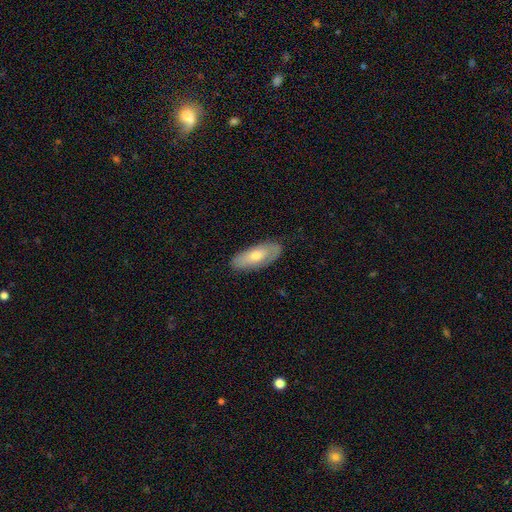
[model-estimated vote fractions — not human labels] The model was most divided on "smooth or featured": smooth: 56%, featured or disk: 38%, star or artifact: 6%. More confident: merging — none (82%); how rounded — in between (78%).